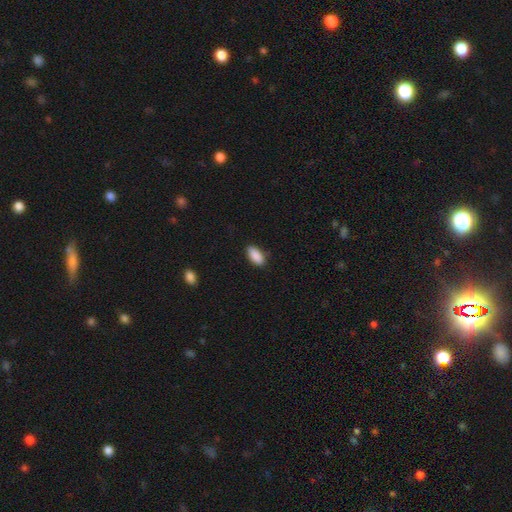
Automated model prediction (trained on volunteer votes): A smooth galaxy with no disk features (90%) that is in between round and cigar-shaped (91%). Merging: none (86%).